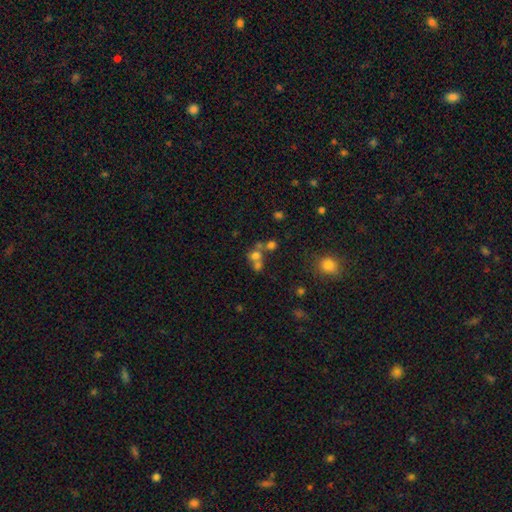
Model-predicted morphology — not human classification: A smooth galaxy with no disk features (61%) that is round (73%). Merging: merger (50%).